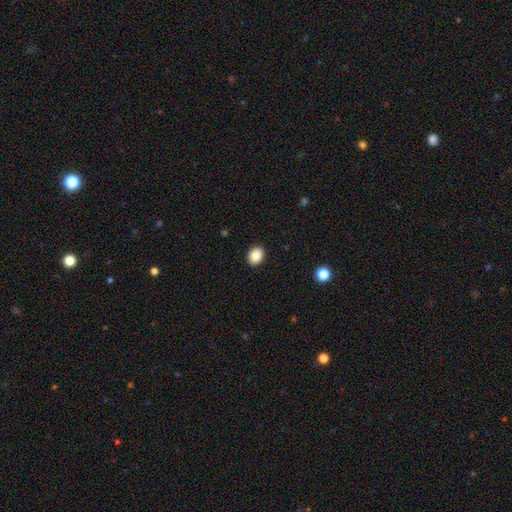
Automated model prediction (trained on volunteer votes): This is clearly a smooth galaxy (85%). How rounded: possibly in between (52%). Merging: clearly none (92%).